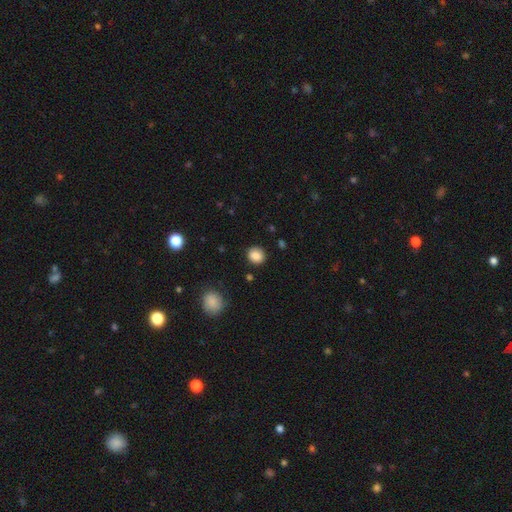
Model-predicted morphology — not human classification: Smooth or featured? Predicted: smooth (p=0.87). How rounded? Predicted: round (p=0.84). Merging? Predicted: none (p=0.88).